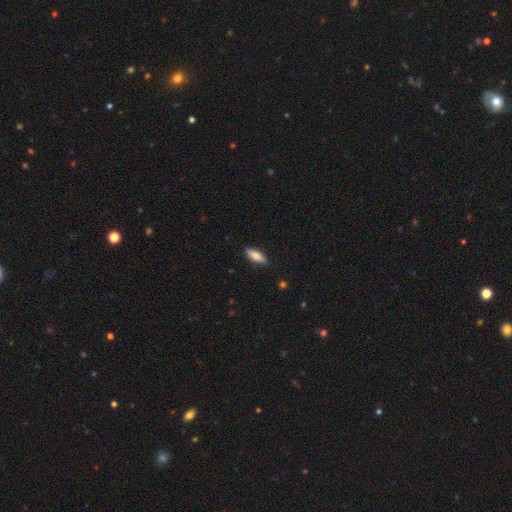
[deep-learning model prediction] smooth 69%, featured or disk 25%, star or artifact 6%. Down the decision tree: how rounded — in between (56%); merging — none (87%).